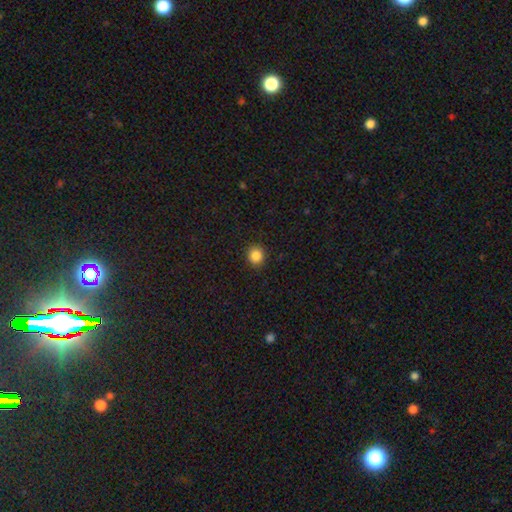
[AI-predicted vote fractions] smooth_or_featured: smooth (p=0.86) [alt: star or artifact p=0.11]
how_rounded: round (p=0.88) [alt: in between p=0.11]
merging: none (p=0.91) [alt: minor disturbance p=0.07]